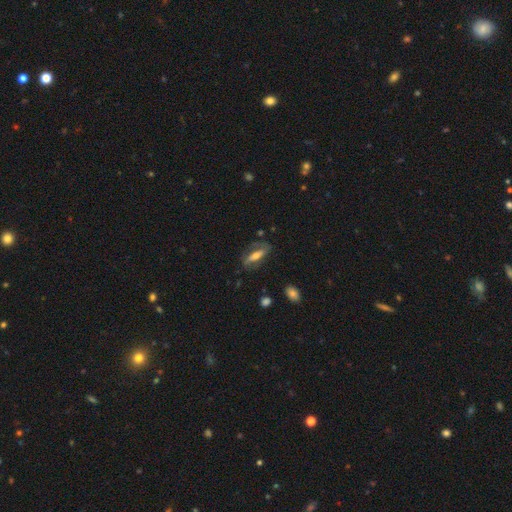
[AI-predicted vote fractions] featured or disk 46% (tied), smooth 46% (tied), star or artifact 8%. Down the decision tree: merging — none (66%).